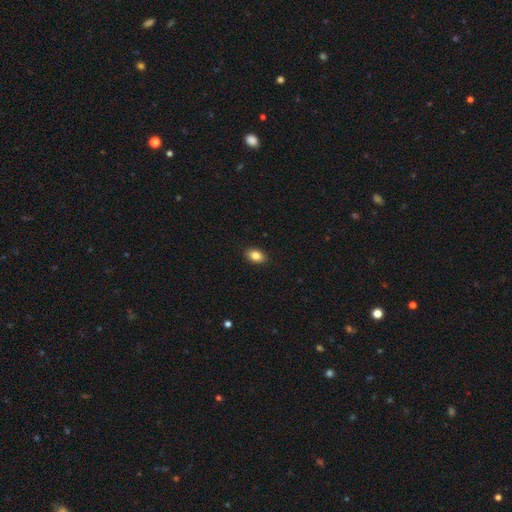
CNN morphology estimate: A smooth galaxy with no disk features (85%) that is in between round and cigar-shaped (87%). Merging: none (90%).